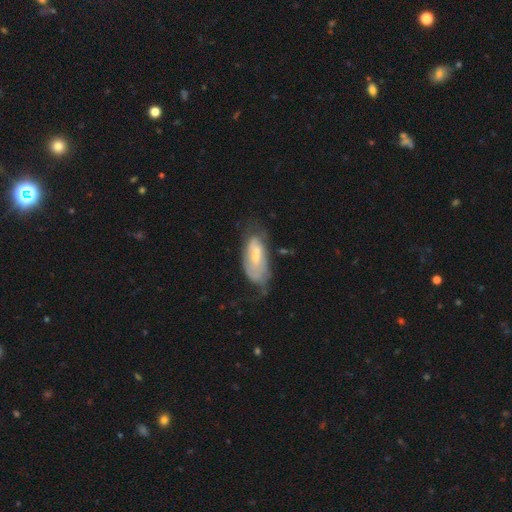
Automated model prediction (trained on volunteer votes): A featured or disk galaxy (56%) with no bar (46%), spiral arms (62%) and a small central bulge (51%).

Vote fractions:
- Smooth or featured? featured or disk: 56% / smooth: 37% / star or artifact: 7%
- Edge-on disk? no: 90% / yes: 10%
- Bar? no: 46% / weak: 39% / strong: 15%
- Spiral arms? yes: 62% / no: 38%
- Bulge size? small: 51% / moderate: 39% / none: 5% / large: 4% / dominant: 1%
- Merging? none: 40% / minor disturbance: 31% / major disturbance: 23% / merger: 6%